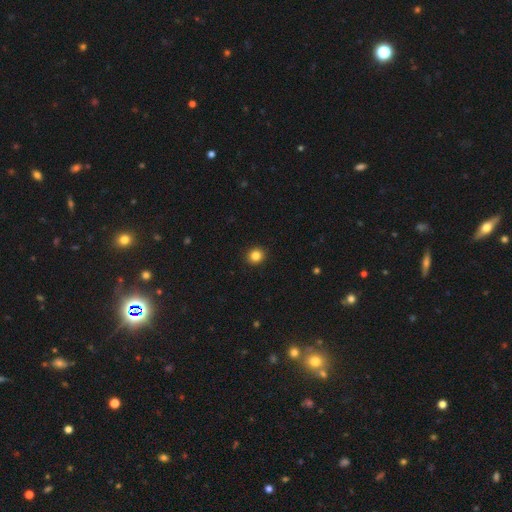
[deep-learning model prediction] Q: Smooth or featured?
A: smooth (84%); runner-up: star or artifact (11%)
Q: How rounded?
A: round (90%); runner-up: in between (9%)
Q: Merging?
A: none (93%); runner-up: minor disturbance (5%)